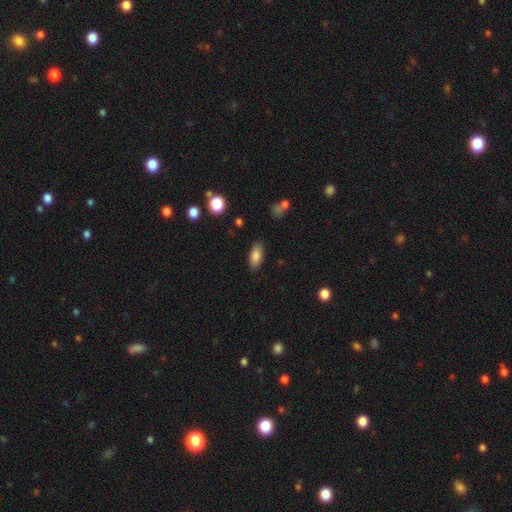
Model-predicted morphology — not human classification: The model was most divided on "smooth or featured": smooth: 83%, featured or disk: 9%, star or artifact: 8%. More confident: how rounded — in between (86%); merging — none (86%).